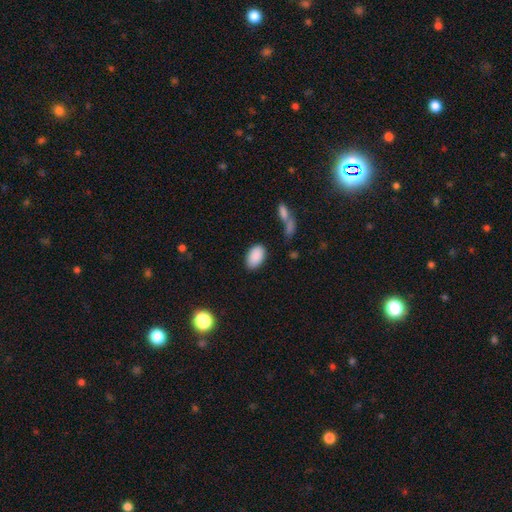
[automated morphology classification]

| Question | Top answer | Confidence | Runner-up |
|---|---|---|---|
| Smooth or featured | smooth | 89% | star or artifact (7%) |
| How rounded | in between | 93% | round (5%) |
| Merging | none | 82% | minor disturbance (11%) |